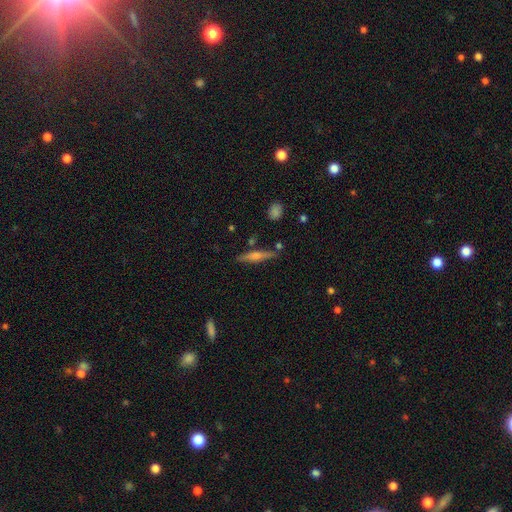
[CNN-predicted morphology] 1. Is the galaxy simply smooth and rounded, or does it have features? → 54% featured or disk, 38% smooth, 7% star or artifact.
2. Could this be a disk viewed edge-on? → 95% yes, 5% no.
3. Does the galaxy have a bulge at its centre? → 74% rounded, 13% boxy, 12% none.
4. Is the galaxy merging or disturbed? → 84% none, 10% minor disturbance, 4% merger, 2% major disturbance.